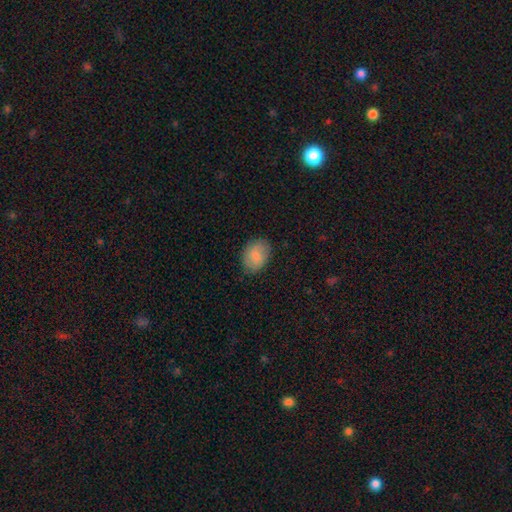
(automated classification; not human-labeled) Morphology: type=smooth (80%); roundness=in between (69%); merging=none (82%).